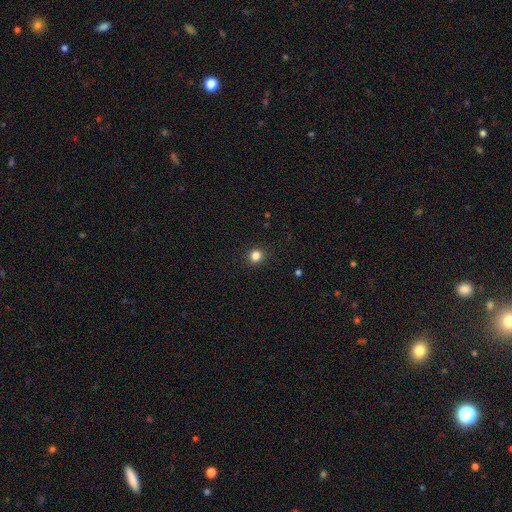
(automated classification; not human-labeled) smooth-or-featured: smooth: 83% | star or artifact: 13% | featured or disk: 4%
  how-rounded: round: 86% | in between: 13% | cigar-shaped: 1%
  merging: none: 90% | minor disturbance: 7% | major disturbance: 2% | merger: 1%